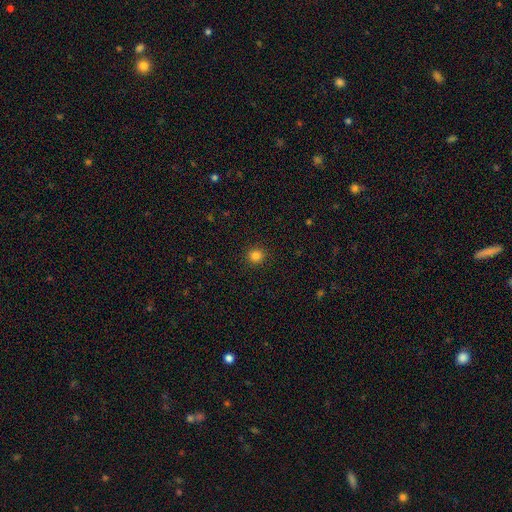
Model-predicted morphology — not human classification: smooth 84%, star or artifact 13%, featured or disk 4%. Down the decision tree: how rounded — round (88%); merging — none (91%).